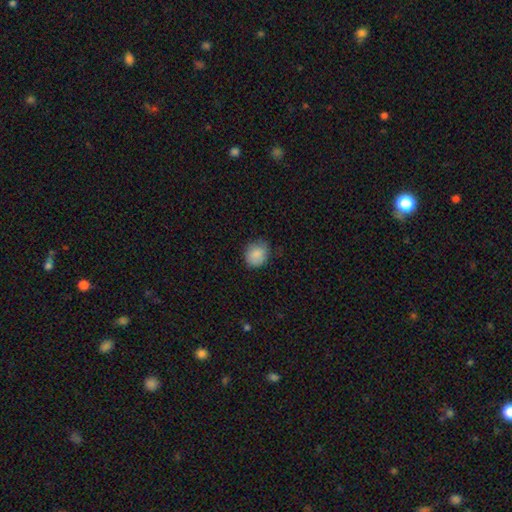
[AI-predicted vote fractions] Morphology: type=smooth (87%); roundness=round (64%); merging=none (72%).